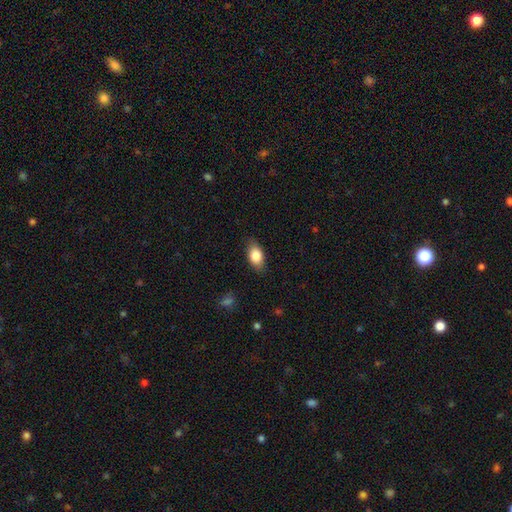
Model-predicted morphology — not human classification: Smooth or featured: smooth — 83% (featured or disk — 10%)
How rounded: in between — 88% (round — 8%)
Merging: none — 83% (minor disturbance — 13%)